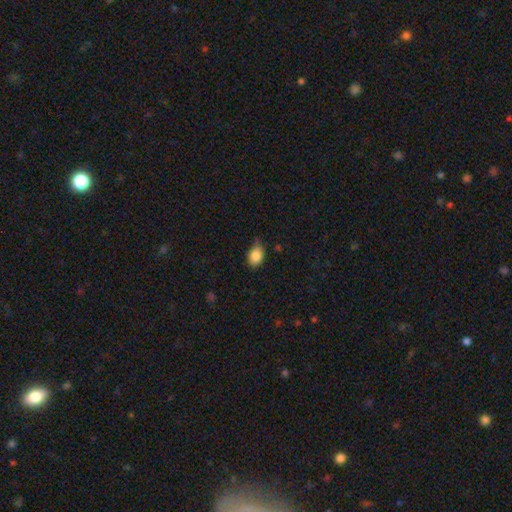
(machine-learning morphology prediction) This appears to be a smooth galaxy with no disk features (85%) that is in between round and cigar-shaped (76%). Merging: none (59%).